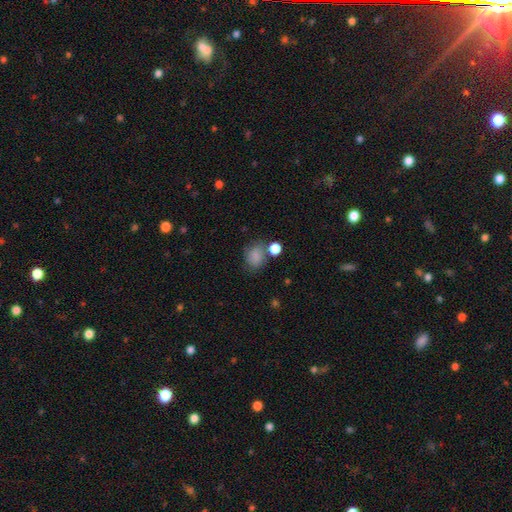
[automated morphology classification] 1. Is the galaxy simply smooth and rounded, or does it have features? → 82% smooth, 11% star or artifact, 7% featured or disk.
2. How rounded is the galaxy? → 54% in between, 45% round, 1% cigar-shaped.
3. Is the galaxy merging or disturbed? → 60% none, 18% minor disturbance, 15% merger, 7% major disturbance.